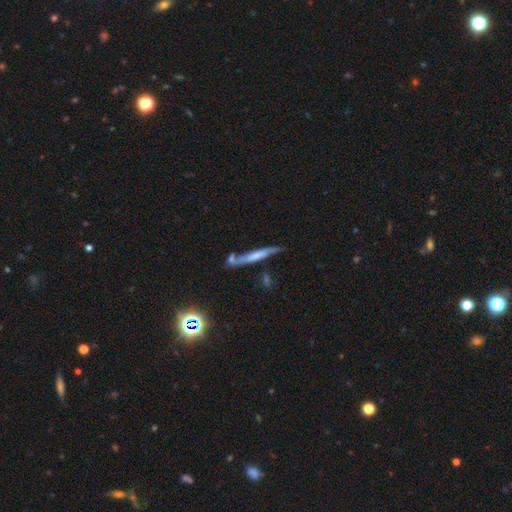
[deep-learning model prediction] Morphology: type=featured or disk (50%); edge-on=yes (76%); merging=none (53%).